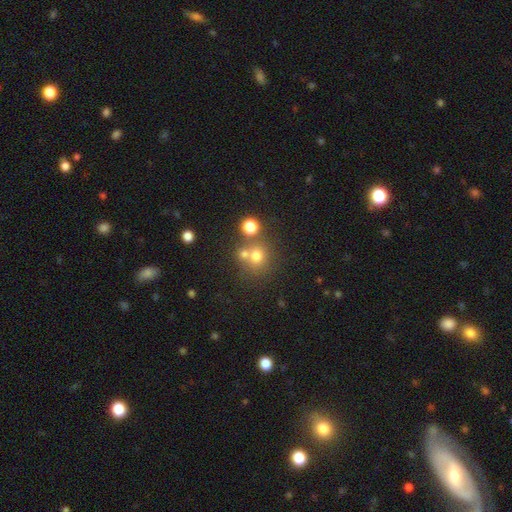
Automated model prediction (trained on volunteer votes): The model was most divided on "merging": none: 57%, merger: 30%, minor disturbance: 8%, major disturbance: 4%. More confident: how rounded — round (86%); smooth or featured — smooth (69%).